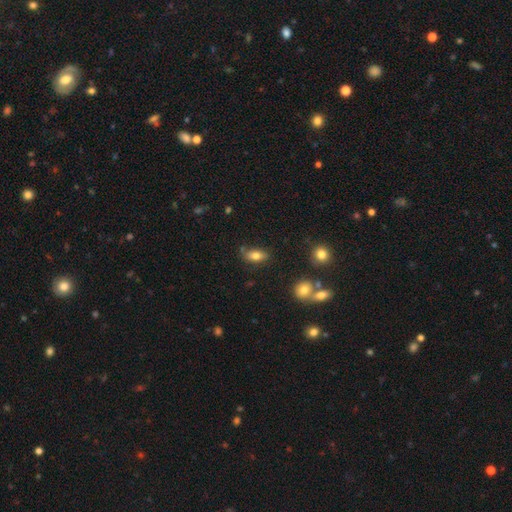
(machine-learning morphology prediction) A smooth galaxy with no disk features (78%) that is in between round and cigar-shaped (87%). Merging: none (75%).